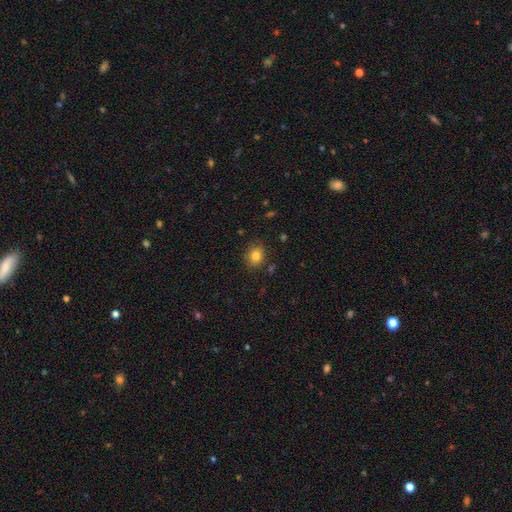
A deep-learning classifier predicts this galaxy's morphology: This is clearly a smooth galaxy (83%). How rounded: possibly round (58%). Merging: clearly none (84%).